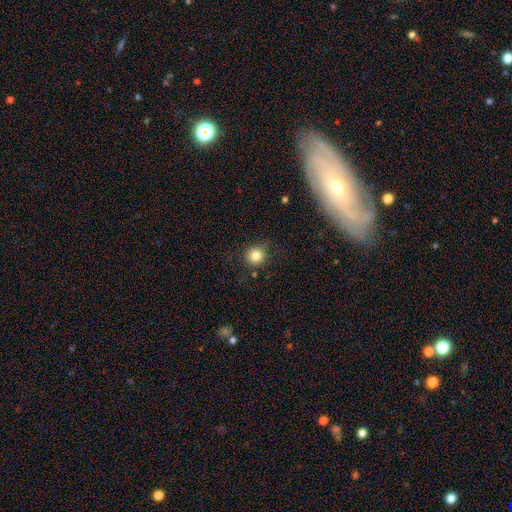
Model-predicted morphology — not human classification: Q: Smooth or featured?
A: smooth (81%); runner-up: star or artifact (11%)
Q: How rounded?
A: round (92%); runner-up: in between (7%)
Q: Merging?
A: none (78%); runner-up: minor disturbance (15%)